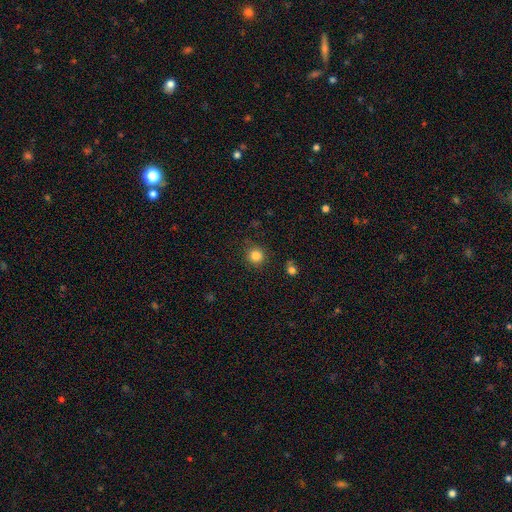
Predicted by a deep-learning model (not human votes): The model was most divided on "smooth or featured": smooth: 84%, star or artifact: 11%, featured or disk: 4%. More confident: how rounded — round (93%); merging — none (86%).